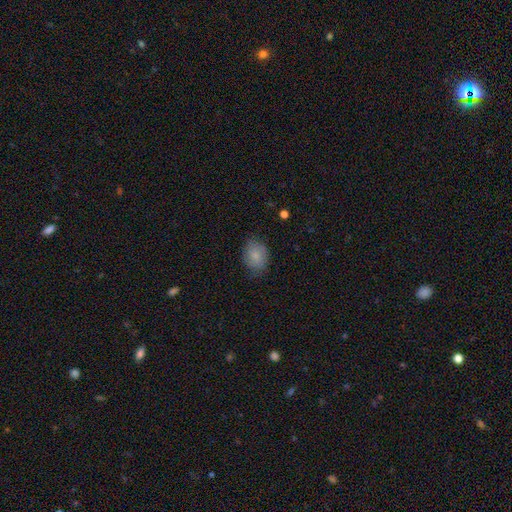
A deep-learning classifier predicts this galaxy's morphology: Overall: smooth (80%). How rounded: in between (57%; round 42%). Merging: none (75%).